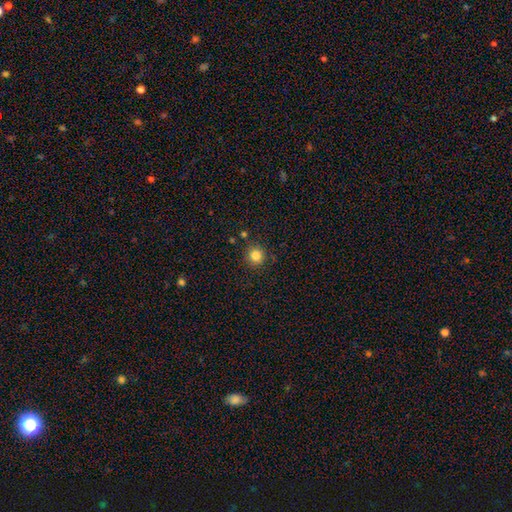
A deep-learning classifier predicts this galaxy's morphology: smooth 84%, star or artifact 12%, featured or disk 5%. Down the decision tree: how rounded — round (93%); merging — none (86%).